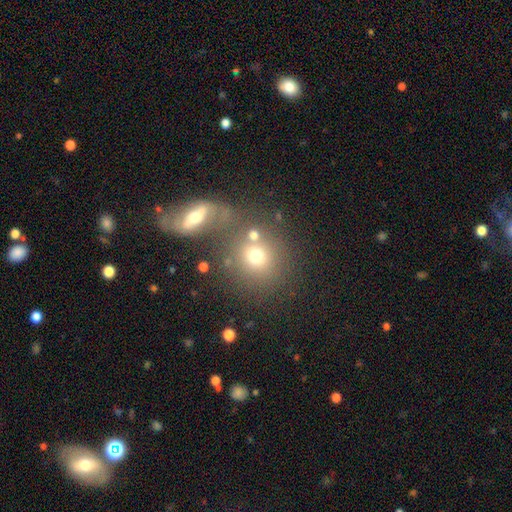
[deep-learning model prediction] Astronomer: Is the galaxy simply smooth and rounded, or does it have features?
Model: smooth — 64%.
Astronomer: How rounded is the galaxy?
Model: round — 81%.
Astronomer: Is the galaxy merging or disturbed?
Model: none — 49% (runner-up: merger, 34%).